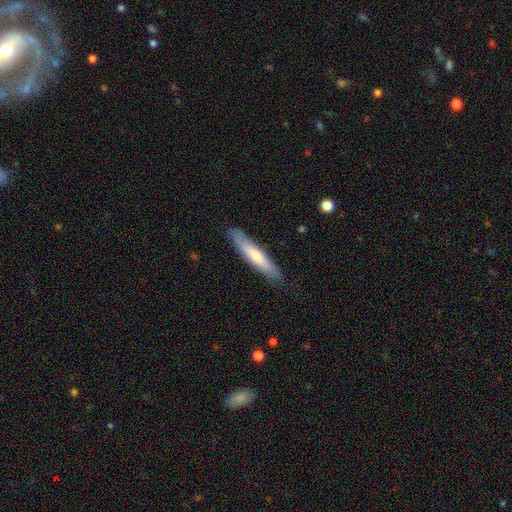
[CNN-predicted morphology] Overall: smooth (67%; featured or disk 28%). How rounded: cigar-shaped (87%). Merging: none (86%).